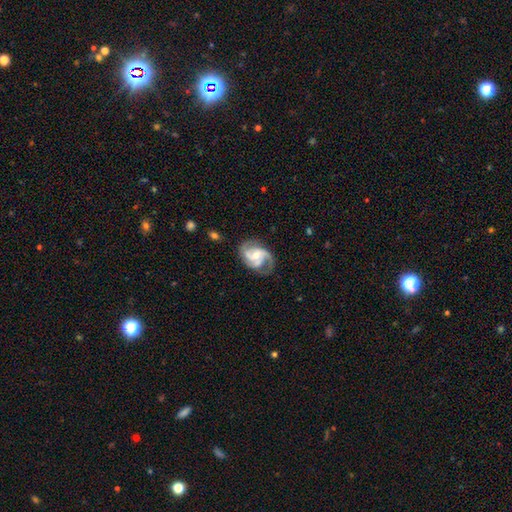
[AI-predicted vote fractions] Smooth or featured: featured or disk — 90% (smooth — 6%)
Edge-on disk: no — 98% (yes — 2%)
Bar: no — 49% (weak — 38%)
Spiral arms: yes — 98% (no — 2%)
Spiral winding: medium — 56% (tight — 28%)
Spiral arm count: 2 — 45% (3 — 40%)
Bulge size: moderate — 57% (small — 37%)
Merging: none — 71% (minor disturbance — 19%)